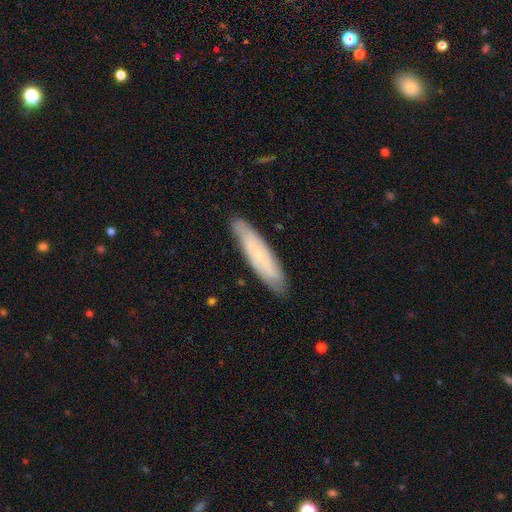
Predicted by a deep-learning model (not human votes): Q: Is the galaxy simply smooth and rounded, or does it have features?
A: smooth — 56%.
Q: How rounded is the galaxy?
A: cigar-shaped — 78%.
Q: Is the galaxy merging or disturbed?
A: none — 85%.